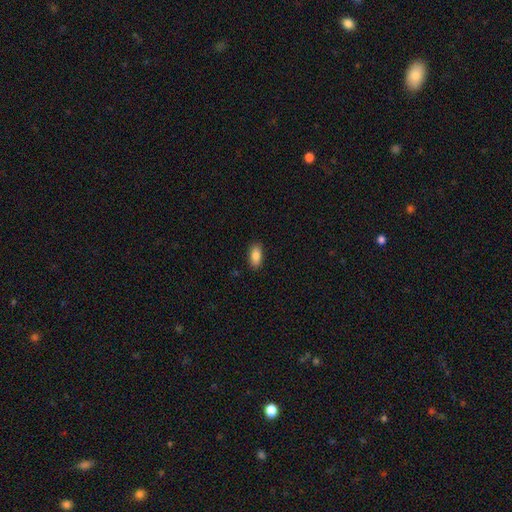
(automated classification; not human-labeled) Overall: smooth (86%). How rounded: in between (91%). Merging: none (89%).